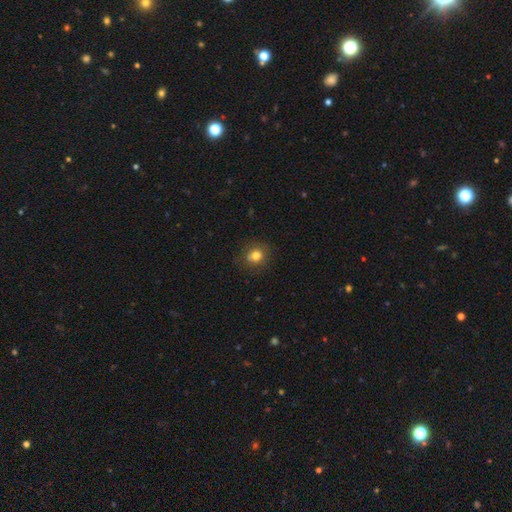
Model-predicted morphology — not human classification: Q: Smooth or featured?
A: smooth (79%); runner-up: star or artifact (12%)
Q: How rounded?
A: round (79%); runner-up: in between (20%)
Q: Merging?
A: none (84%); runner-up: minor disturbance (11%)